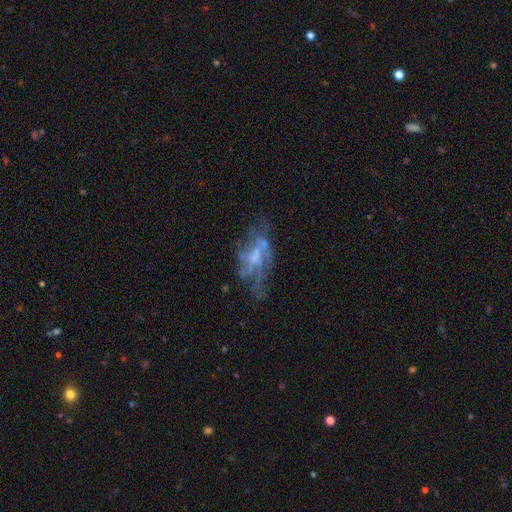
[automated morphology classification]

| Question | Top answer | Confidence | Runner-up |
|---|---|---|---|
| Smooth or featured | featured or disk | 71% | smooth (18%) |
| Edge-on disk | no | 93% | yes (7%) |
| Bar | no | 63% | weak (29%) |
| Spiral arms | yes | 56% | no (44%) |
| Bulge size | none | 38% | small (31%) |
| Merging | none | 45% | major disturbance (28%) |